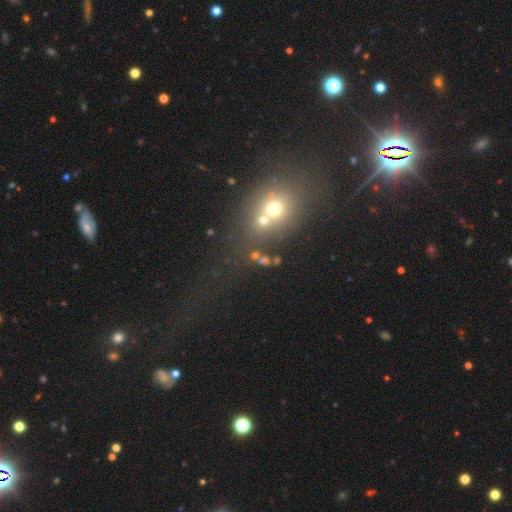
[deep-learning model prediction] smooth 52%, star or artifact 32%, featured or disk 16%. Down the decision tree: how rounded — round (62%); merging — none (45%).